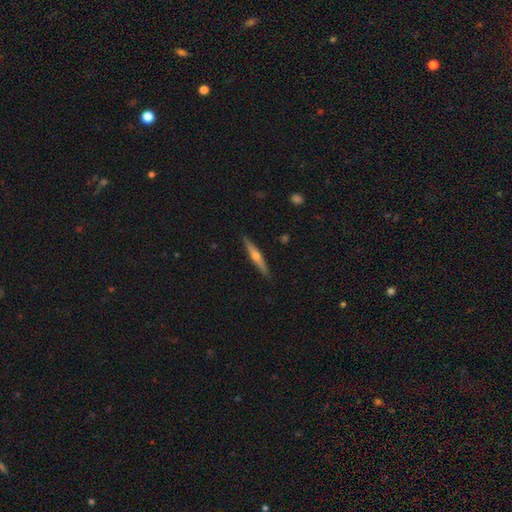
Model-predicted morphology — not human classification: smooth-or-featured: featured or disk: 67% | smooth: 27% | star or artifact: 6%
  disk-edge-on: yes: 97% | no: 3%
    edge-on-bulge: rounded: 91% | none: 6% | boxy: 3%
  merging: none: 90% | minor disturbance: 7% | major disturbance: 1% | merger: 1%